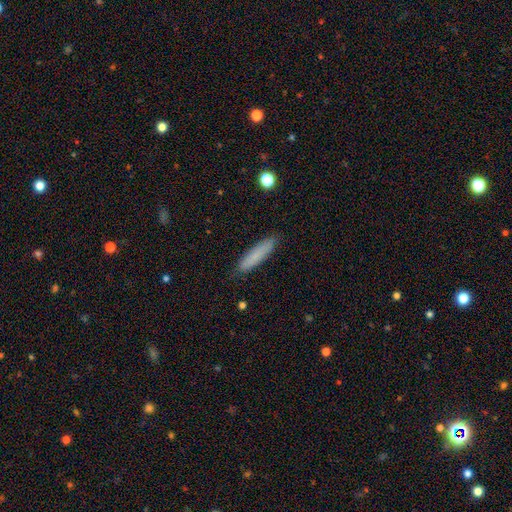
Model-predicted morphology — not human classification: type=smooth (81%); roundness=cigar-shaped (83%); merging=none (87%).